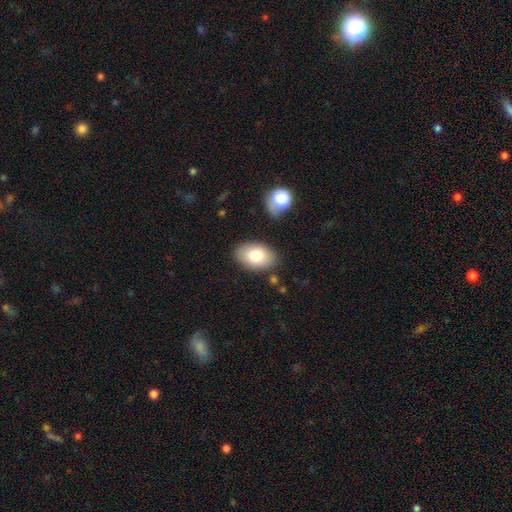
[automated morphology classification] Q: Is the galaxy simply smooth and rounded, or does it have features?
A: smooth — 79%.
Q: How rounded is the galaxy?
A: in between — 88%.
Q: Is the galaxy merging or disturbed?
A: none — 84%.